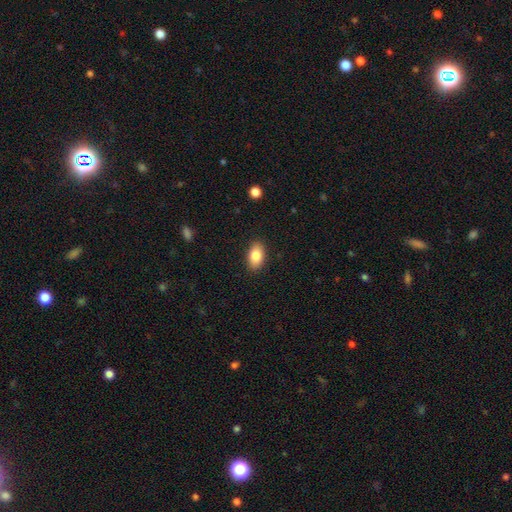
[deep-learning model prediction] This is clearly a smooth galaxy (85%). How rounded: clearly in between (91%). Merging: clearly none (88%).